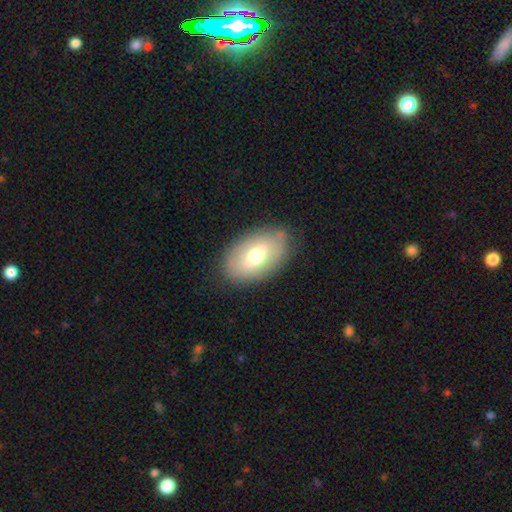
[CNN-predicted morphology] The model was most divided on "smooth or featured": smooth: 63%, featured or disk: 29%, star or artifact: 7%. More confident: how rounded — in between (92%); merging — none (80%).